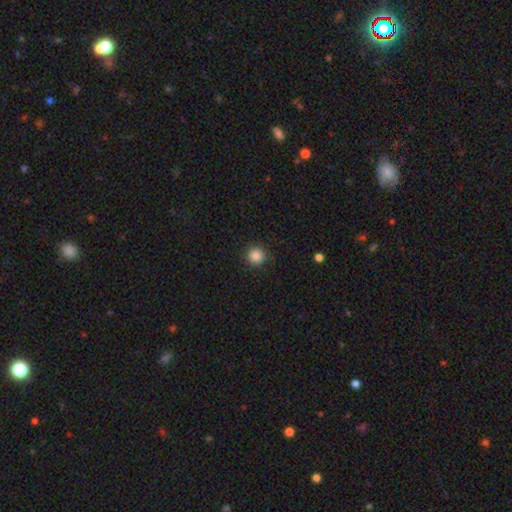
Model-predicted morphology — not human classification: This appears to be a smooth galaxy with no disk features (86%) that is round (95%). Merging: none (92%).